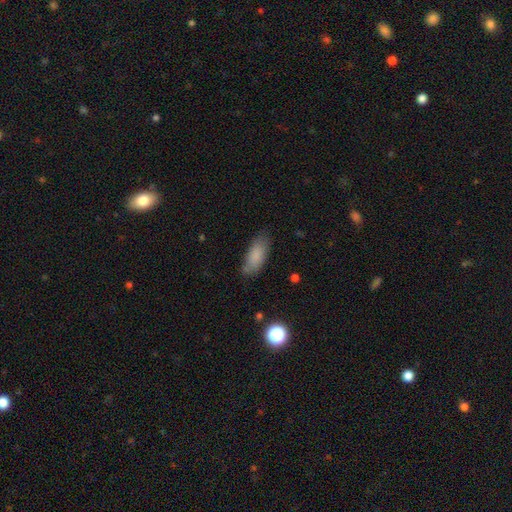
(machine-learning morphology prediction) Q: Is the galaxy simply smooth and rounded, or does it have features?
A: smooth — 84%.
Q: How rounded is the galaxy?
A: in between — 83%.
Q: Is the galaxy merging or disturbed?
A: none — 73%.